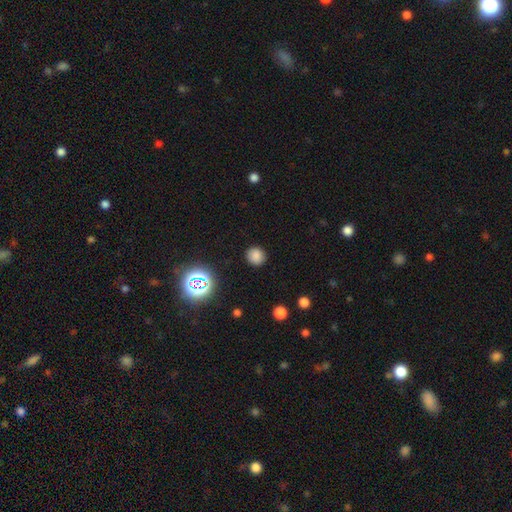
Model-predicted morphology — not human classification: This appears to be a smooth galaxy with no disk features (79%) that is round (89%). Merging: none (90%).